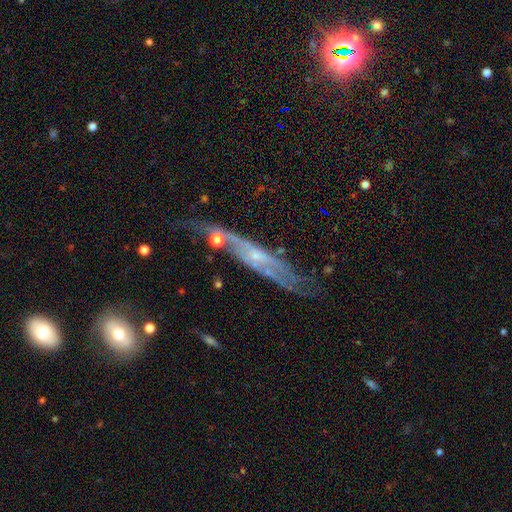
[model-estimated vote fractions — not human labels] Smooth or featured: featured or disk — 72% (smooth — 17%)
Edge-on disk: yes — 58% (no — 42%)
Merging: none — 57% (minor disturbance — 23%)